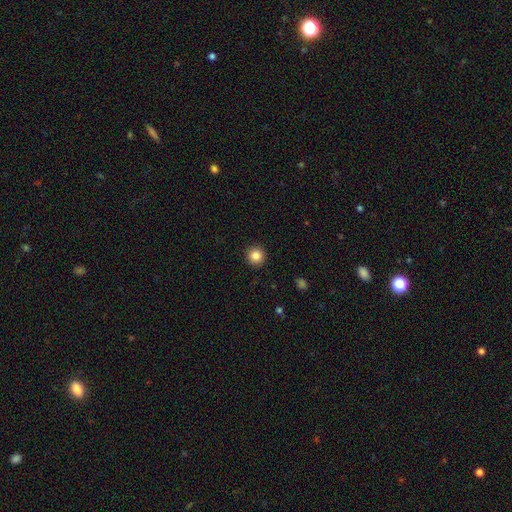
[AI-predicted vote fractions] A smooth galaxy with no disk features (85%) that is round (95%).

Vote fractions:
- Smooth or featured? smooth: 85% / star or artifact: 10% / featured or disk: 5%
- How rounded? round: 95% / in between: 4% / cigar-shaped: 1%
- Merging? none: 93% / minor disturbance: 5% / major disturbance: 2% / merger: 1%